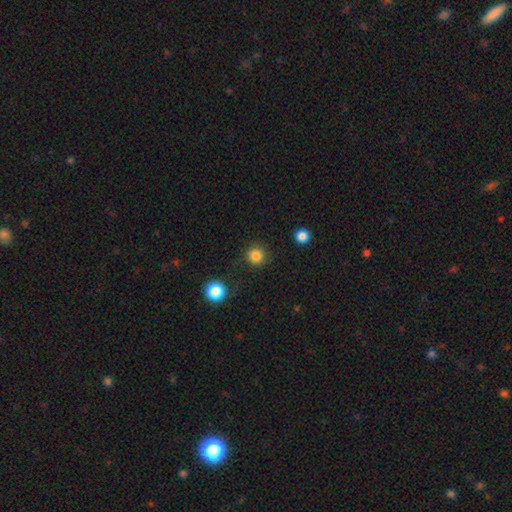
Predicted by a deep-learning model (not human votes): Smooth or featured? Predicted: smooth (p=0.85). How rounded? Predicted: round (p=0.94). Merging? Predicted: none (p=0.89).